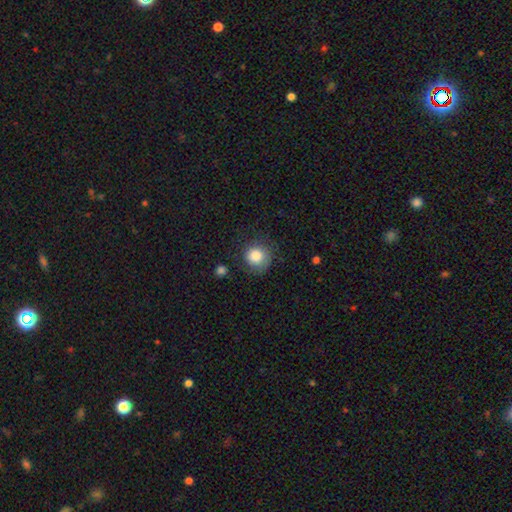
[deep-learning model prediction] This appears to be a smooth galaxy with no disk features (84%) that is round (90%). Merging: none (71%).